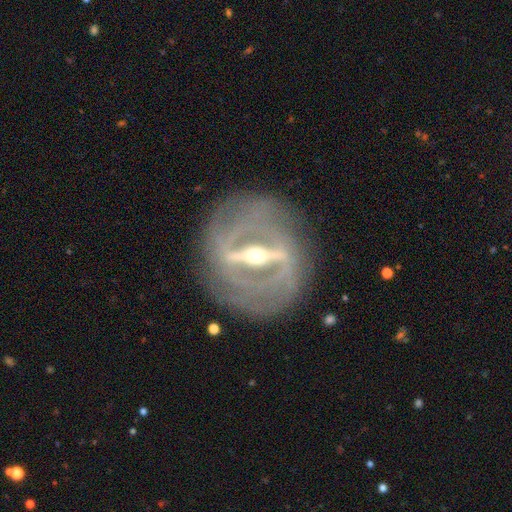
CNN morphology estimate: type=featured or disk (90%); edge-on=no (75%); bar=strong (86%); spiral arms=yes (77%); winding=tight (68%); arm count=can't tell (34%); bulge=moderate (63%); merging=none (84%).